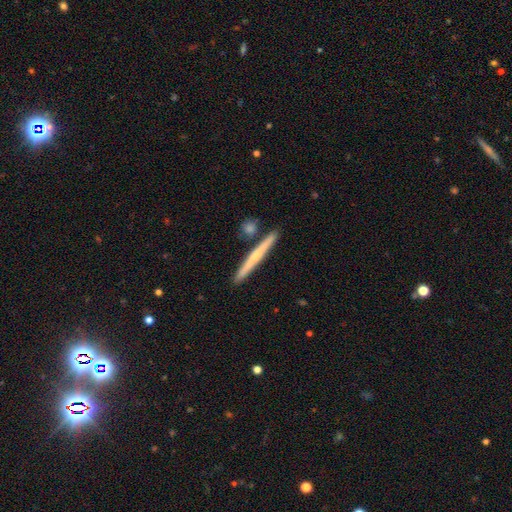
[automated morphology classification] Overall: smooth (48%; featured or disk 47%). Merging: none (85%).